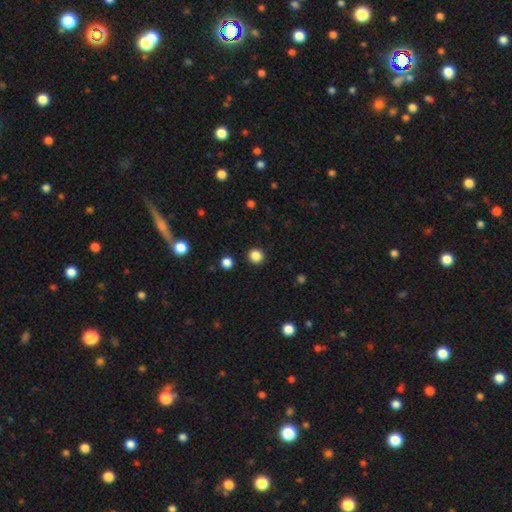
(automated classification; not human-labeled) Q: Smooth or featured?
A: smooth (86%); runner-up: star or artifact (11%)
Q: How rounded?
A: round (95%); runner-up: in between (4%)
Q: Merging?
A: none (93%); runner-up: minor disturbance (4%)